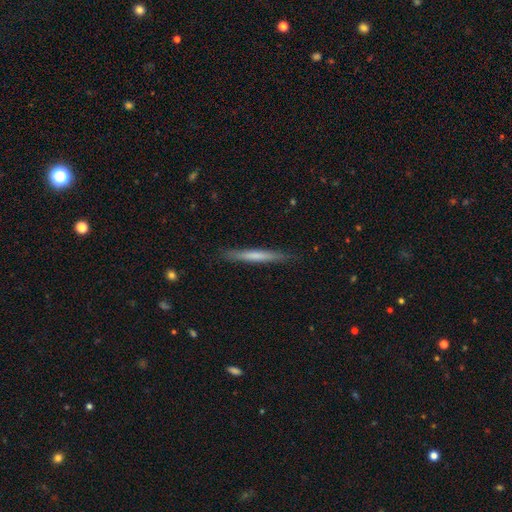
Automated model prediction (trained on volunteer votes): This is possibly a smooth galaxy (59%). How rounded: clearly cigar-shaped (96%). Merging: clearly none (88%).